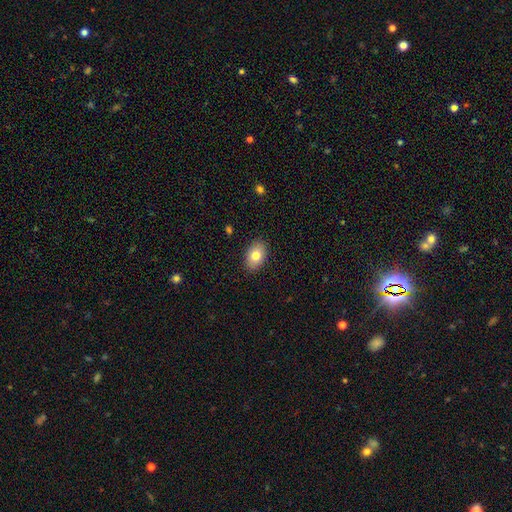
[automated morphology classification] Q: Smooth or featured?
A: smooth (80%); runner-up: featured or disk (12%)
Q: How rounded?
A: in between (86%); runner-up: round (13%)
Q: Merging?
A: none (89%); runner-up: minor disturbance (8%)